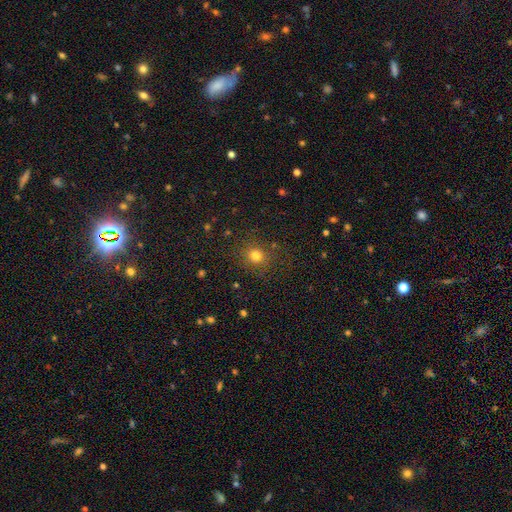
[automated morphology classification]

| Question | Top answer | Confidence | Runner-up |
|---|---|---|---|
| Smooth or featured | smooth | 77% | star or artifact (17%) |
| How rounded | round | 83% | in between (16%) |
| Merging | none | 85% | minor disturbance (9%) |